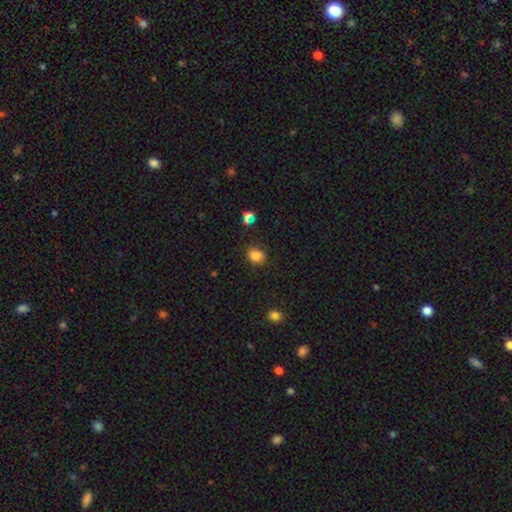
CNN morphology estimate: Smooth or featured? smooth (81%)
How rounded? round (59%)
Merging? none (84%)